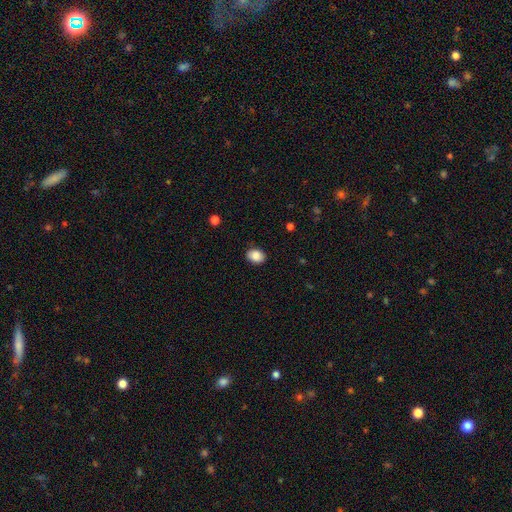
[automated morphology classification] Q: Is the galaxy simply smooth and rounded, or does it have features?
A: smooth — 87%.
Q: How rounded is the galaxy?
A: in between — 66%.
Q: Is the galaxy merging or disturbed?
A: none — 87%.